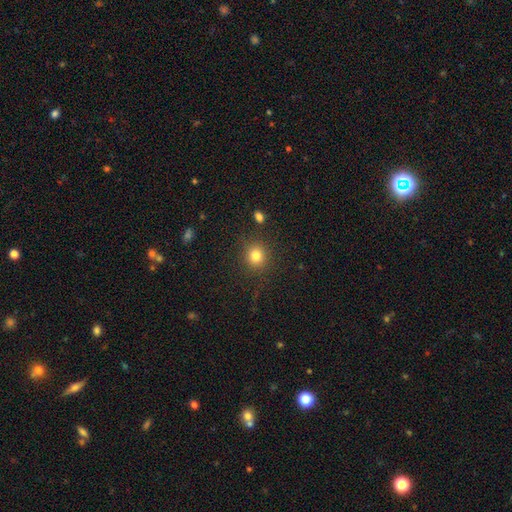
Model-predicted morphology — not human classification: A smooth galaxy with no disk features (82%) that is round (87%).

Vote fractions:
- Smooth or featured? smooth: 82% / star or artifact: 12% / featured or disk: 6%
- How rounded? round: 87% / in between: 12% / cigar-shaped: 1%
- Merging? none: 87% / minor disturbance: 8% / major disturbance: 3% / merger: 2%